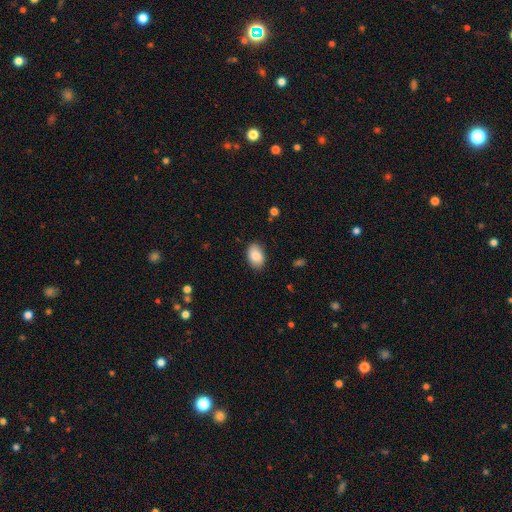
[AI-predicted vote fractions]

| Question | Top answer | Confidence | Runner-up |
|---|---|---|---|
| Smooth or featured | smooth | 86% | featured or disk (7%) |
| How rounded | in between | 88% | round (11%) |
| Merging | none | 87% | minor disturbance (10%) |